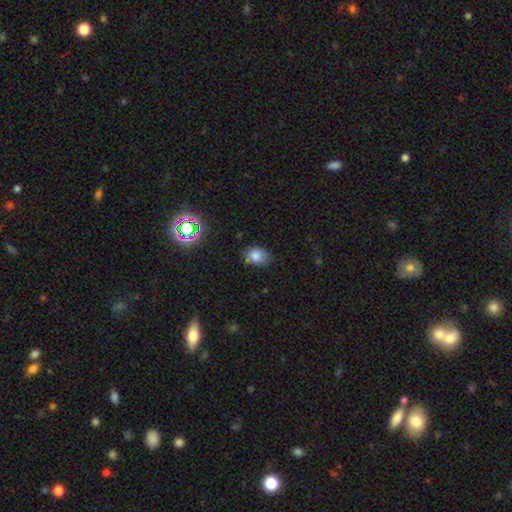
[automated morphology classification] Smooth or featured: smooth — 80% (star or artifact — 13%)
How rounded: in between — 64% (round — 35%)
Merging: none — 70% (minor disturbance — 23%)